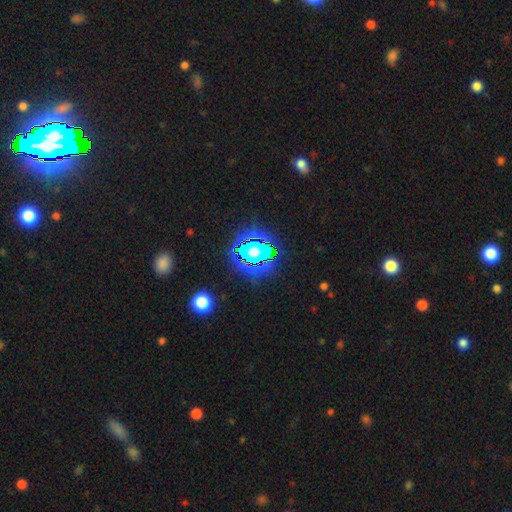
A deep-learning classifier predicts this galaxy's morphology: smooth-or-featured: star or artifact: 81% | smooth: 12% | featured or disk: 7%